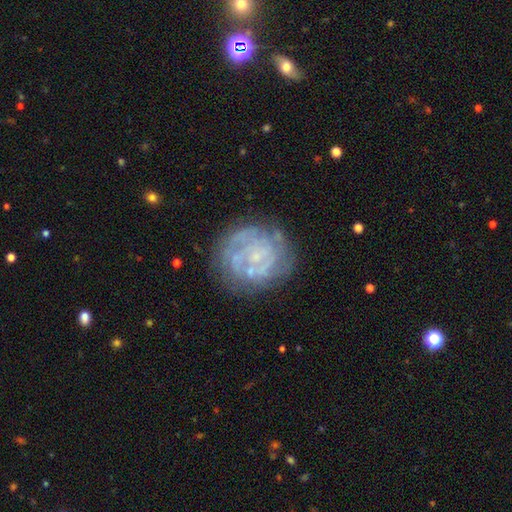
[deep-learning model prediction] Q: Smooth or featured?
A: featured or disk (77%); runner-up: smooth (15%)
Q: Edge-on disk?
A: no (98%); runner-up: yes (2%)
Q: Bar?
A: no (73%); runner-up: weak (21%)
Q: Spiral arms?
A: yes (80%); runner-up: no (20%)
Q: Spiral winding?
A: tight (68%); runner-up: medium (24%)
Q: Spiral arm count?
A: can't tell (43%); runner-up: 2 (17%)
Q: Bulge size?
A: small (68%); runner-up: none (21%)
Q: Merging?
A: none (72%); runner-up: minor disturbance (16%)